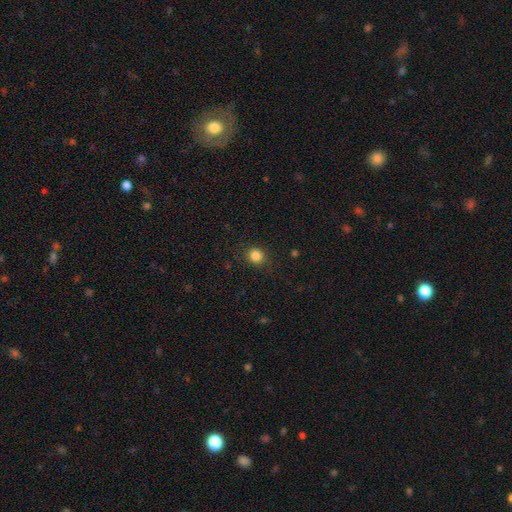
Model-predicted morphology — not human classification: smooth 85%, star or artifact 11%, featured or disk 4%. Down the decision tree: how rounded — round (83%); merging — none (88%).